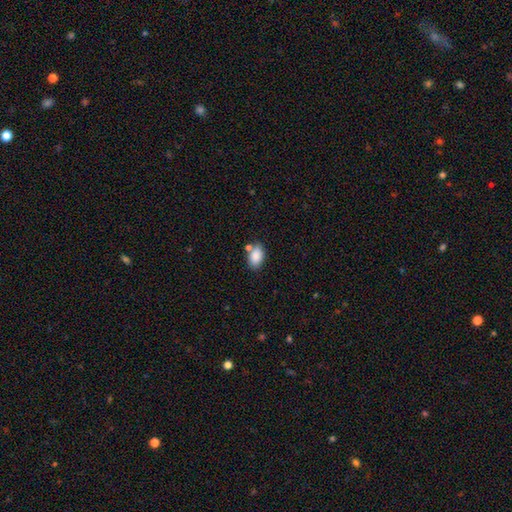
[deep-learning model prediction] This appears to be a smooth galaxy with no disk features (87%) that is in between round and cigar-shaped (89%). Merging: none (70%).